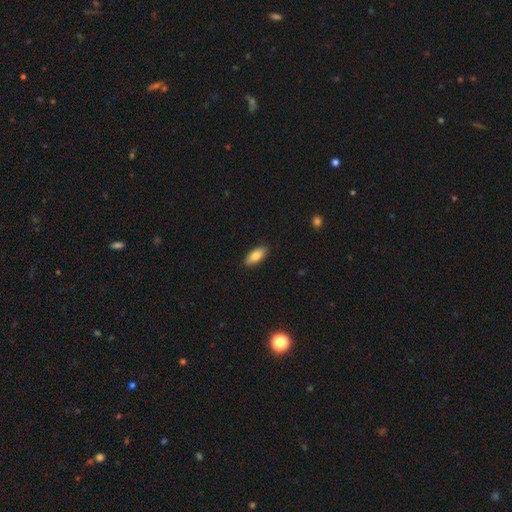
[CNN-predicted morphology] Q: Smooth or featured?
A: smooth (80%); runner-up: featured or disk (14%)
Q: How rounded?
A: in between (80%); runner-up: cigar-shaped (18%)
Q: Merging?
A: none (89%); runner-up: minor disturbance (8%)